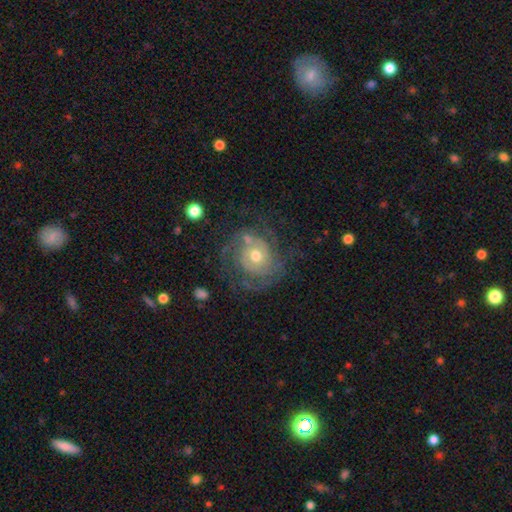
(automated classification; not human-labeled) Smooth or featured? featured or disk (80%)
Edge-on disk? no (97%)
Bar? no (80%)
Spiral arms? yes (89%)
Spiral winding? tight (62%)
Spiral arm count? can't tell (37%)
Bulge size? moderate (64%)
Merging? none (63%)